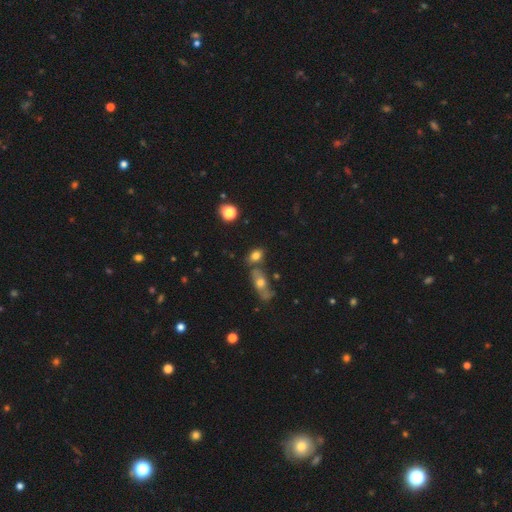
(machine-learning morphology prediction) smooth 76%, featured or disk 12%, star or artifact 12%. Down the decision tree: how rounded — in between (72%); merging — none (59%).